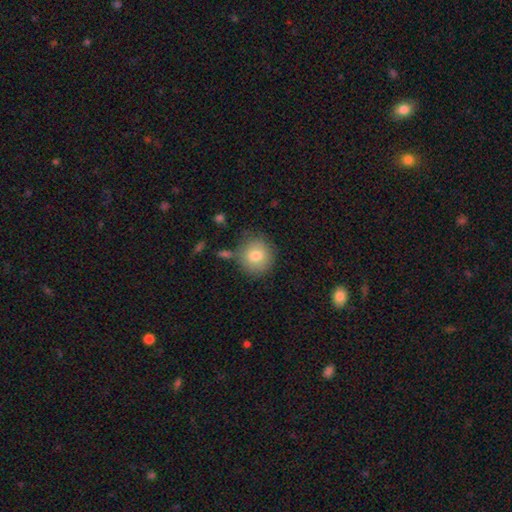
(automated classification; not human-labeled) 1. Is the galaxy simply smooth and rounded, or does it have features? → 78% smooth, 13% featured or disk, 9% star or artifact.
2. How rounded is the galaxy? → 89% round, 10% in between, 1% cigar-shaped.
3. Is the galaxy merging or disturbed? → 76% none, 13% minor disturbance, 6% merger, 4% major disturbance.